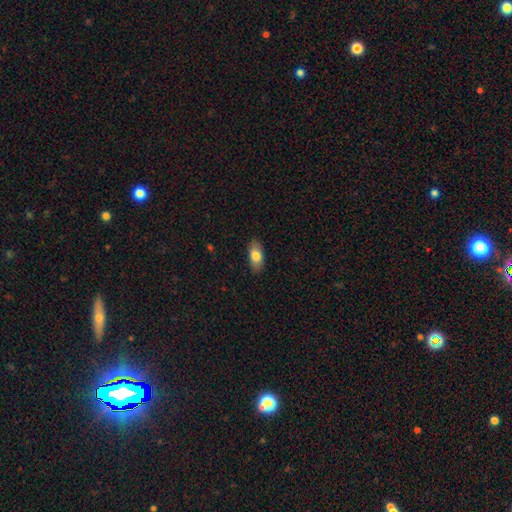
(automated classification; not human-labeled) Q: Smooth or featured?
A: smooth (80%); runner-up: featured or disk (14%)
Q: How rounded?
A: in between (89%); runner-up: cigar-shaped (7%)
Q: Merging?
A: none (87%); runner-up: minor disturbance (10%)